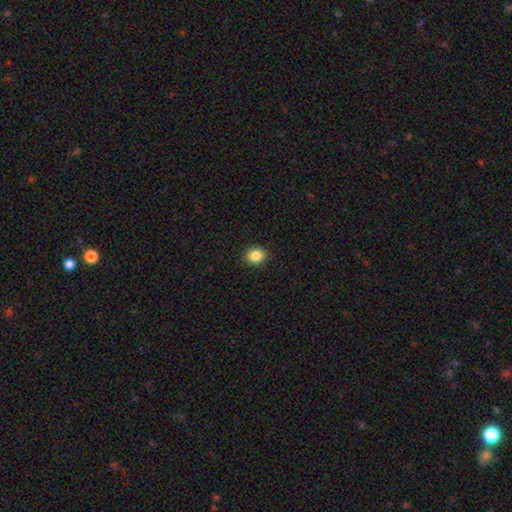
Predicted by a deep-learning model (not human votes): smooth-or-featured: smooth: 86% | star or artifact: 10% | featured or disk: 5%
  how-rounded: round: 56% | in between: 43% | cigar-shaped: 1%
  merging: none: 90% | minor disturbance: 7% | major disturbance: 2% | merger: 1%